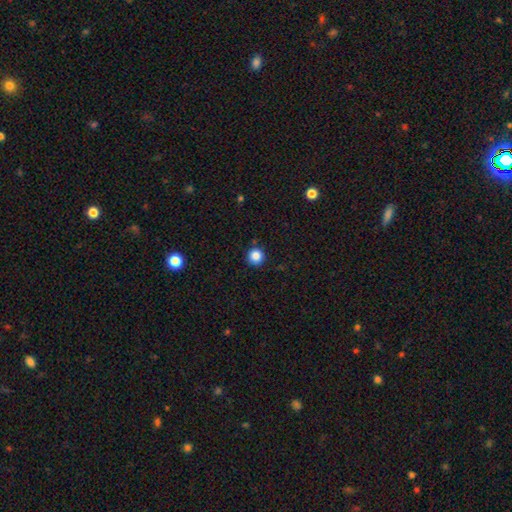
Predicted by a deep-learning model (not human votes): A smooth galaxy with no disk features (85%) that is round (95%). Merging: none (89%).